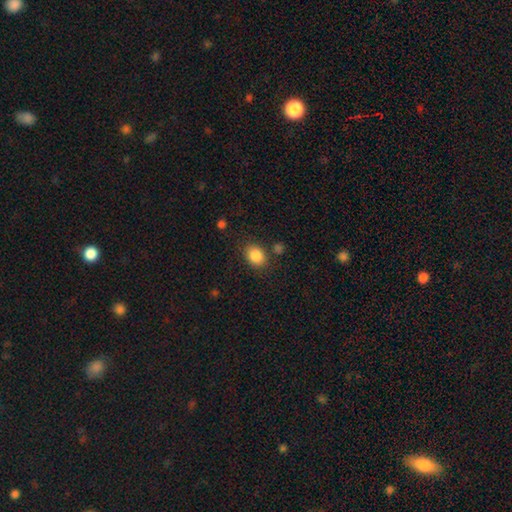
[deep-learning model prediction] Smooth or featured? smooth (87%)
How rounded? in between (56%)
Merging? none (80%)